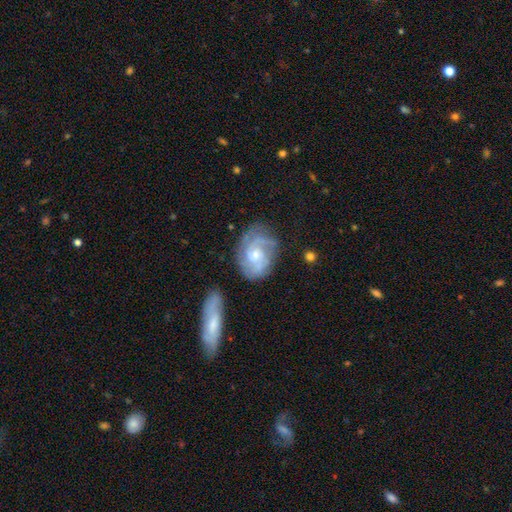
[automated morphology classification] Smooth or featured? featured or disk (80%)
Edge-on disk? no (97%)
Bar? no (68%)
Spiral arms? yes (94%)
Spiral winding? tight (52%)
Spiral arm count? 2 (31%)
Bulge size? small (55%)
Merging? none (66%)